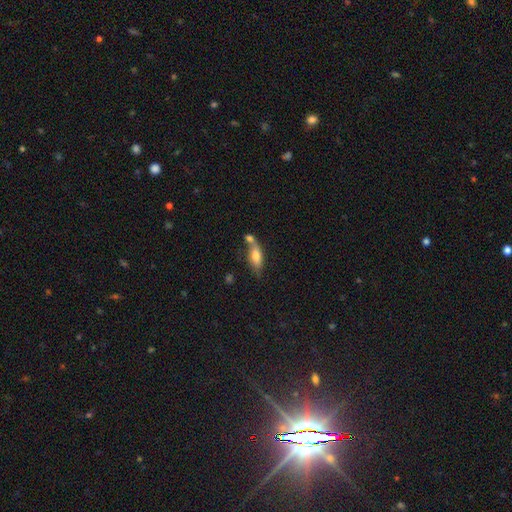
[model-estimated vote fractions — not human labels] Smooth or featured?
  - smooth: 69% *
  - featured or disk: 24%
  - star or artifact: 8%
How rounded?
  - in between: 64% *
  - cigar-shaped: 33%
  - round: 3%
Merging?
  - none: 41% *
  - merger: 38%
  - minor disturbance: 15%
  - major disturbance: 6%